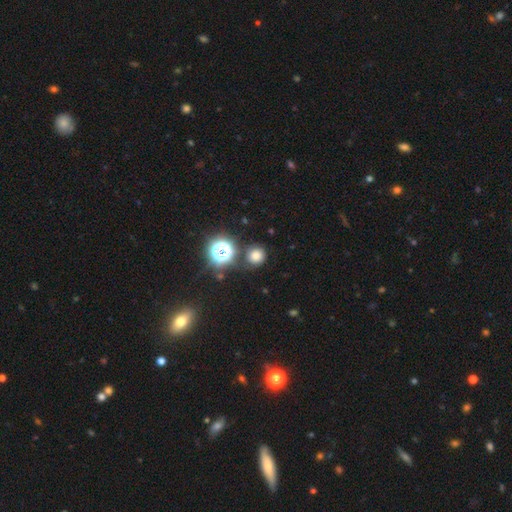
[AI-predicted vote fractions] A smooth galaxy with no disk features (70%) that is round (91%).

Vote fractions:
- Smooth or featured? smooth: 70% / star or artifact: 23% / featured or disk: 7%
- How rounded? round: 91% / in between: 8% / cigar-shaped: 1%
- Merging? none: 81% / minor disturbance: 10% / merger: 5% / major disturbance: 4%